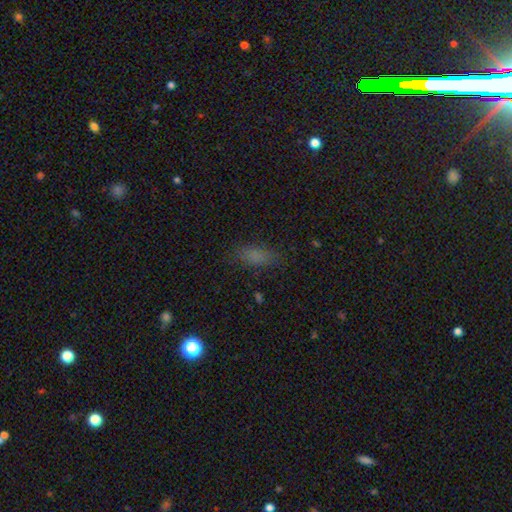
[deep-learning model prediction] This appears to be a smooth galaxy with no disk features (76%) that is in between round and cigar-shaped (71%). Merging: none (81%).